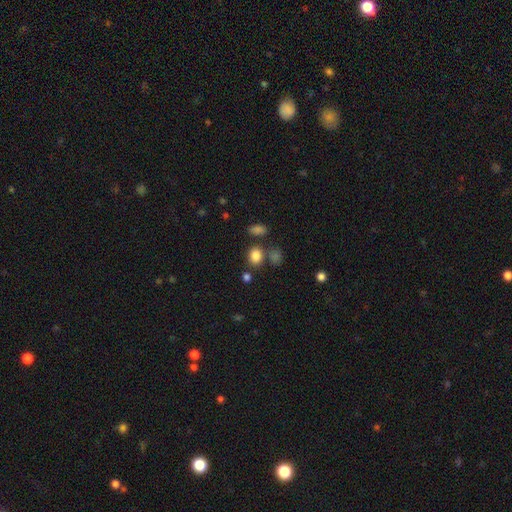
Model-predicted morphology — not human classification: Smooth or featured?
  - smooth: 83% *
  - star or artifact: 12%
  - featured or disk: 5%
How rounded?
  - round: 53% *
  - in between: 46%
  - cigar-shaped: 1%
Merging?
  - none: 70% *
  - merger: 14%
  - minor disturbance: 12%
  - major disturbance: 5%